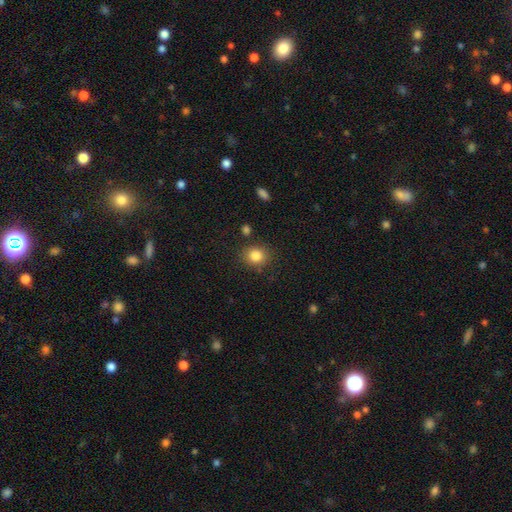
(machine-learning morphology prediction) type=smooth (84%); roundness=round (73%); merging=none (83%).